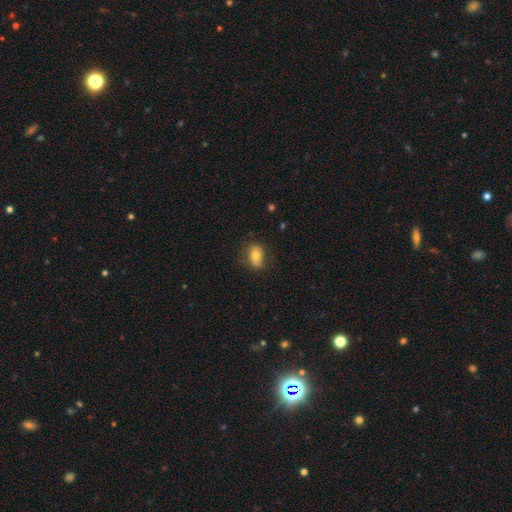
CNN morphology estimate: Smooth or featured?
  - smooth: 70% *
  - featured or disk: 22%
  - star or artifact: 8%
How rounded?
  - in between: 78% *
  - round: 20%
  - cigar-shaped: 2%
Merging?
  - none: 75% *
  - minor disturbance: 19%
  - major disturbance: 5%
  - merger: 1%